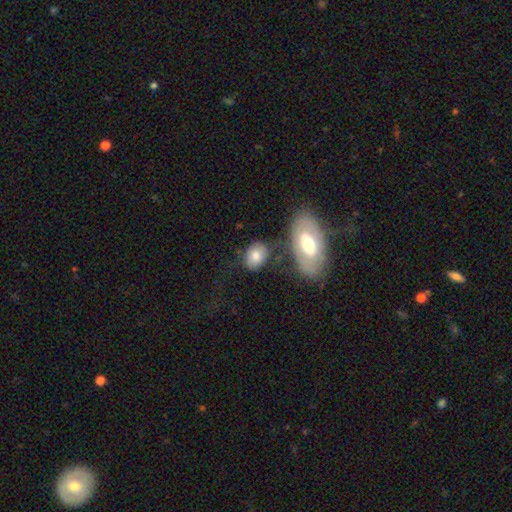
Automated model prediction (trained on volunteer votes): Smooth or featured: smooth — 72% (featured or disk — 20%)
How rounded: in between — 68% (round — 30%)
Merging: none — 61% (minor disturbance — 17%)